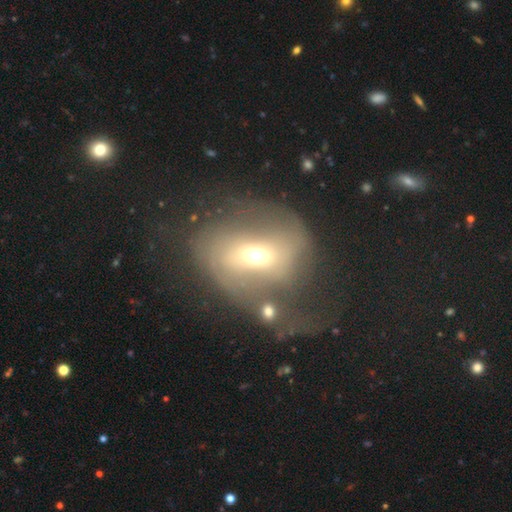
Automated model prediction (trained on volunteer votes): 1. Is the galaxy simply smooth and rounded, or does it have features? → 62% featured or disk, 27% smooth, 10% star or artifact.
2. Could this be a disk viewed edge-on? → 94% no, 6% yes.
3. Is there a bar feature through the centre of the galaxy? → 41% no, 38% weak, 21% strong.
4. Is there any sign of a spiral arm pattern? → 63% yes, 37% no.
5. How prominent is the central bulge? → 63% moderate, 26% small, 9% large, 2% dominant, 1% none.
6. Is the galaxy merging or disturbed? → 36% major disturbance (tied), 36% none (tied), 22% minor disturbance, 6% merger.